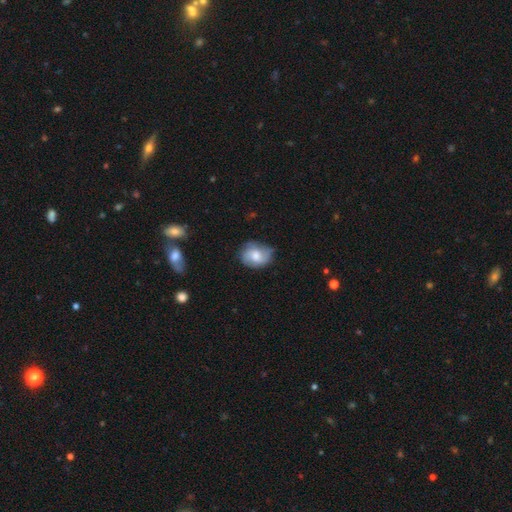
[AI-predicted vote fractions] This appears to be a smooth galaxy with no disk features (51%) that is in between round and cigar-shaped (51%). Merging: none (60%).